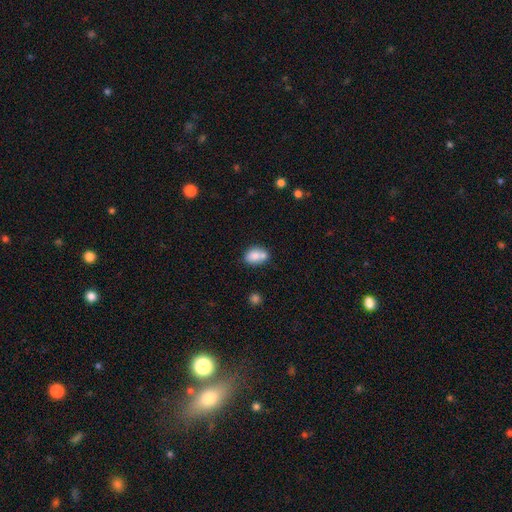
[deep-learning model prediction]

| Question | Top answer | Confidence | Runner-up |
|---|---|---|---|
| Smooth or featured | smooth | 79% | featured or disk (13%) |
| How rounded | in between | 75% | round (23%) |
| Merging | none | 41% | merger (39%) |